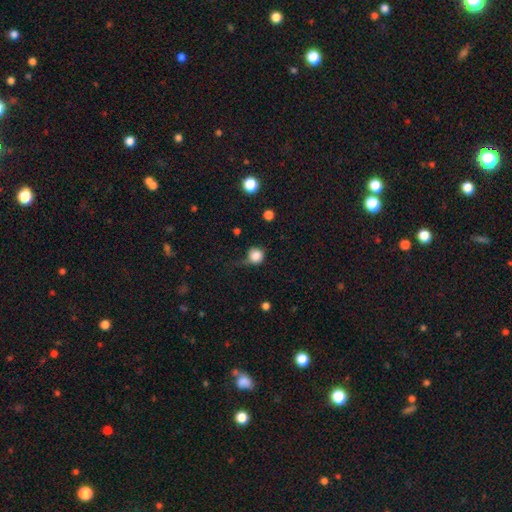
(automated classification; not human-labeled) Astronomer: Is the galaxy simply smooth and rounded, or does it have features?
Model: smooth — 84%.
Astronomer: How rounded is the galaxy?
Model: round — 91%.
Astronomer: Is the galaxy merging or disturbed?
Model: none — 49% (runner-up: minor disturbance, 29%).